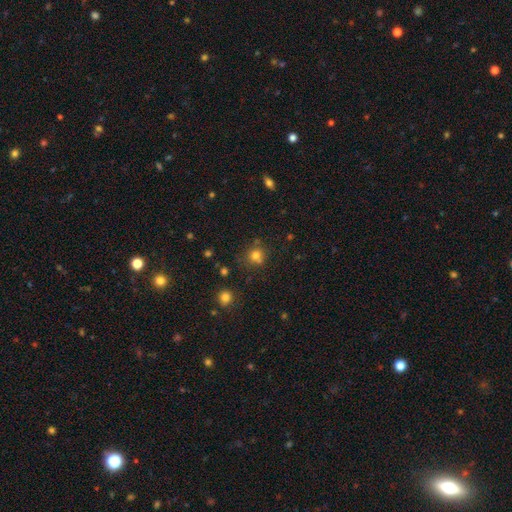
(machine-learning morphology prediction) A smooth galaxy with no disk features (76%) that is round (87%).

Vote fractions:
- Smooth or featured? smooth: 76% / star or artifact: 17% / featured or disk: 8%
- How rounded? round: 87% / in between: 12% / cigar-shaped: 1%
- Merging? none: 70% / merger: 13% / minor disturbance: 13% / major disturbance: 4%